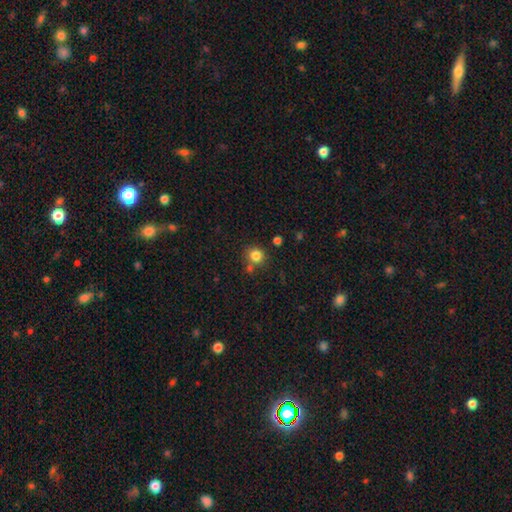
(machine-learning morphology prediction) Overall: smooth (82%). How rounded: round (90%). Merging: none (72%).